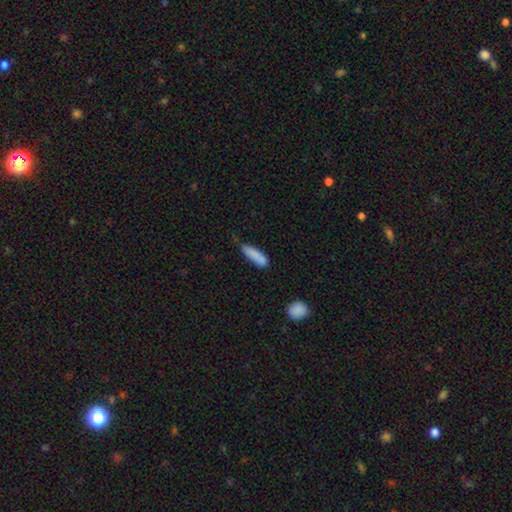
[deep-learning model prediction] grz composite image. It shows a smooth galaxy with no disk features (84%) that is cigar-shaped (55%). Merging: none (56%).